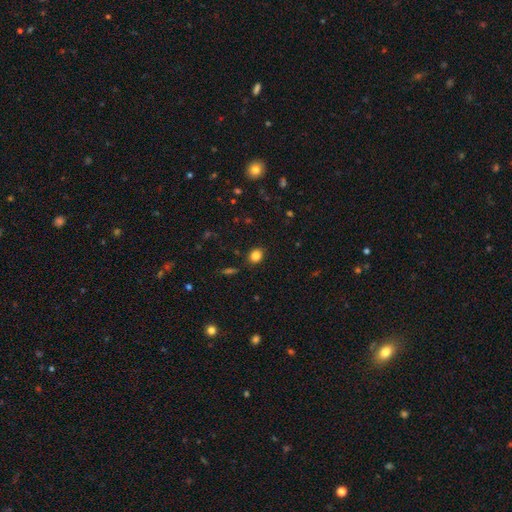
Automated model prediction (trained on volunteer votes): Overall: smooth (84%). How rounded: round (53%; in between 46%). Merging: none (87%).